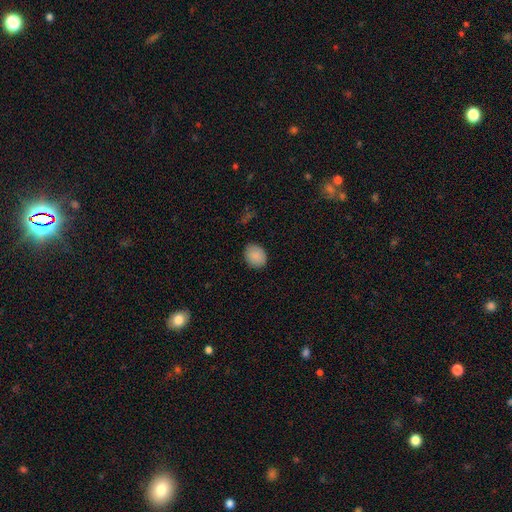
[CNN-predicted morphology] Q: Smooth or featured?
A: smooth (89%); runner-up: star or artifact (8%)
Q: How rounded?
A: in between (55%); runner-up: round (44%)
Q: Merging?
A: none (86%); runner-up: minor disturbance (10%)